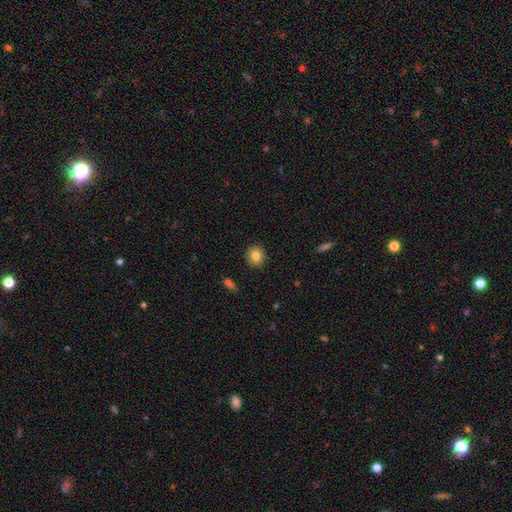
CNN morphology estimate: smooth_or_featured: smooth (p=0.82) [alt: star or artifact p=0.09]
how_rounded: round (p=0.76) [alt: in between p=0.23]
merging: none (p=0.89) [alt: minor disturbance p=0.08]